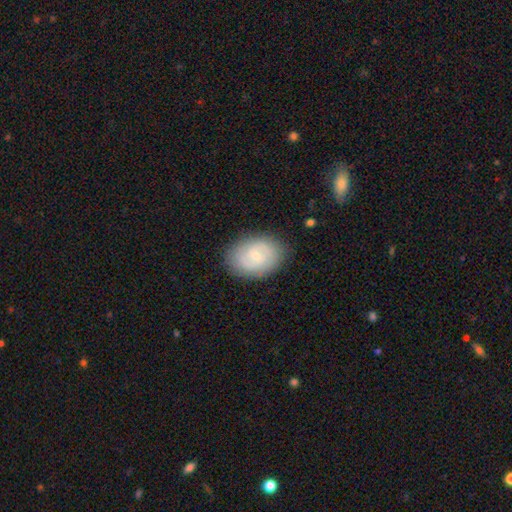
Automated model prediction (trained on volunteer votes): This is possibly a featured or disk galaxy (53%). It is clearly not viewed edge-on (96%). Bar: possibly weak (46%, tied with no). Spiral arm pattern: clearly yes (82%). Central bulge: likely small (66%). Merging: clearly none (85%).